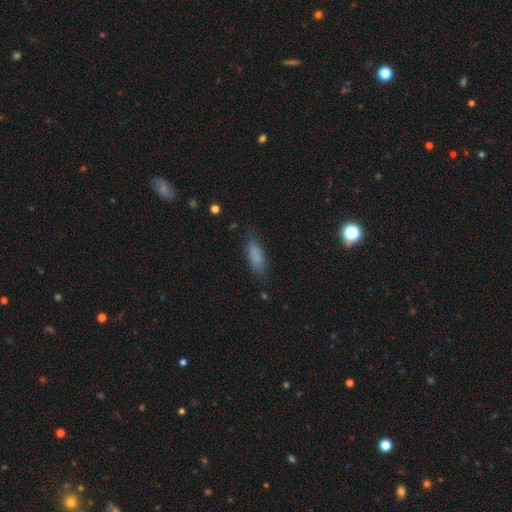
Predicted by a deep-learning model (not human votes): This is clearly a smooth galaxy (82%). How rounded: likely in between (61%). Merging: likely none (75%).